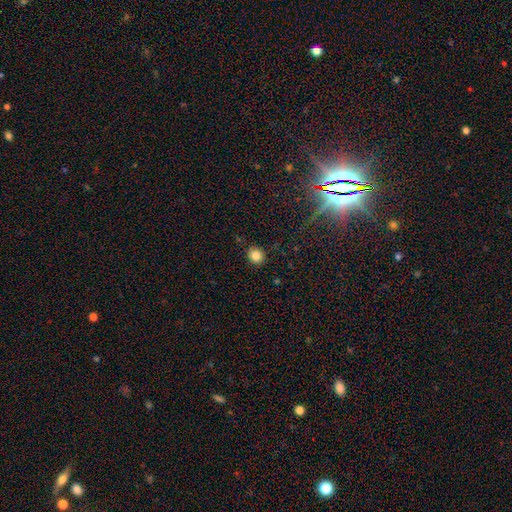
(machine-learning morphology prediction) A smooth galaxy with no disk features (83%) that is round (76%). Merging: none (88%).